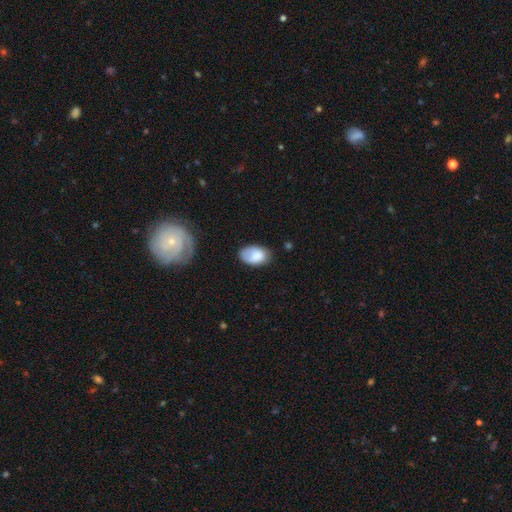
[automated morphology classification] Smooth or featured: smooth — 82% (featured or disk — 11%)
How rounded: in between — 91% (round — 8%)
Merging: none — 62% (minor disturbance — 27%)